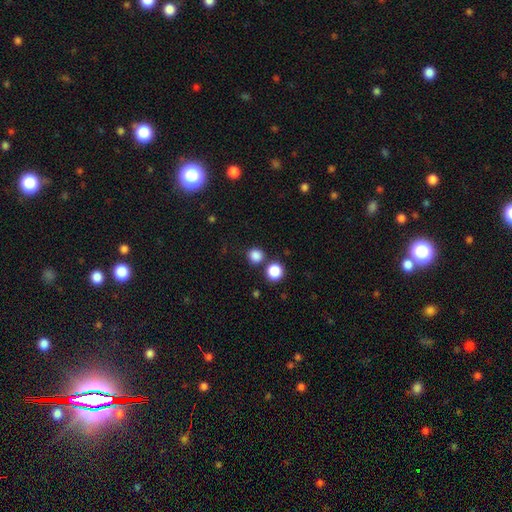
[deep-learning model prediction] This appears to be a smooth galaxy with no disk features (84%) that is round (89%). Merging: none (76%).